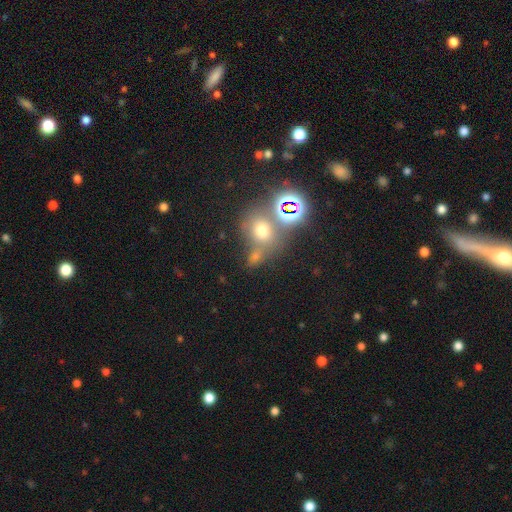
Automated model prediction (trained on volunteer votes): Smooth or featured: smooth — 51% (star or artifact — 37%)
How rounded: round — 68% (in between — 30%)
Merging: none — 58% (merger — 25%)